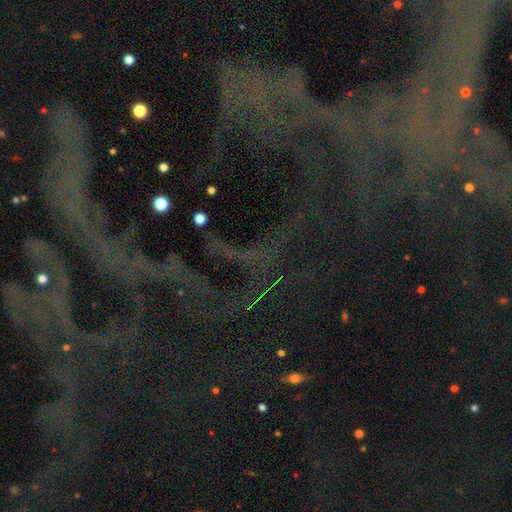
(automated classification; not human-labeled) smooth_or_featured: star or artifact (p=0.82) [alt: featured or disk p=0.10]